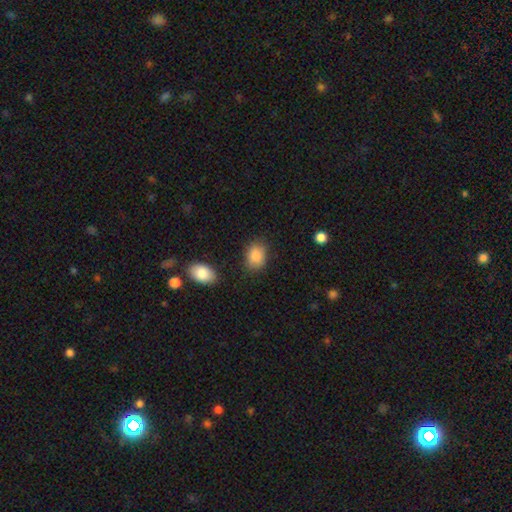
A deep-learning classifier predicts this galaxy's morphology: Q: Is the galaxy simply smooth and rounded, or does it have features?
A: smooth — 87%.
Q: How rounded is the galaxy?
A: in between — 71%.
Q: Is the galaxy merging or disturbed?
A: none — 72%.